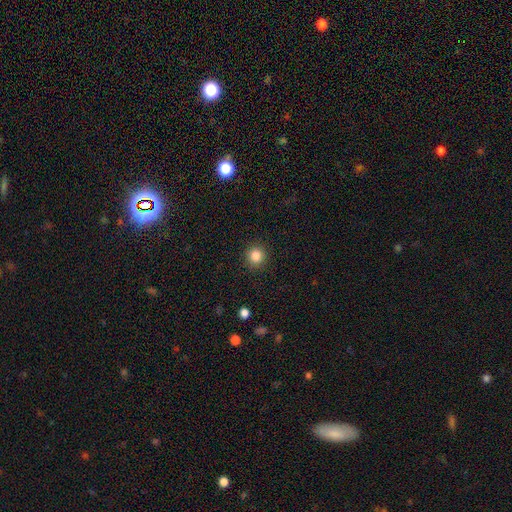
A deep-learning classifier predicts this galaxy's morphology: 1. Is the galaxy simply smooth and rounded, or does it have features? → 84% smooth, 11% star or artifact, 5% featured or disk.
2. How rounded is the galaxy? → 94% round, 5% in between, 1% cigar-shaped.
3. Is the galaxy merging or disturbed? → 92% none, 5% minor disturbance, 2% major disturbance, 1% merger.